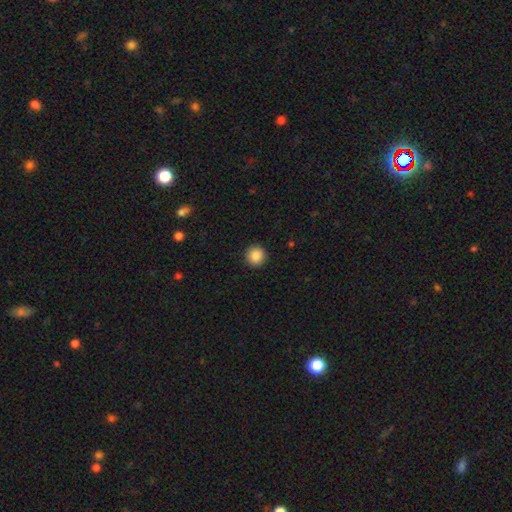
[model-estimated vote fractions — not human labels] Smooth or featured? smooth (88%)
How rounded? round (94%)
Merging? none (92%)